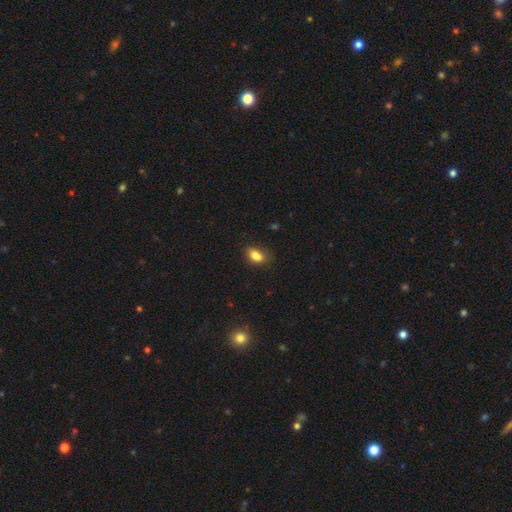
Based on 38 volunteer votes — A smooth galaxy with no disk features (87%) that is in between round and cigar-shaped (85%). Merging: none (58%).